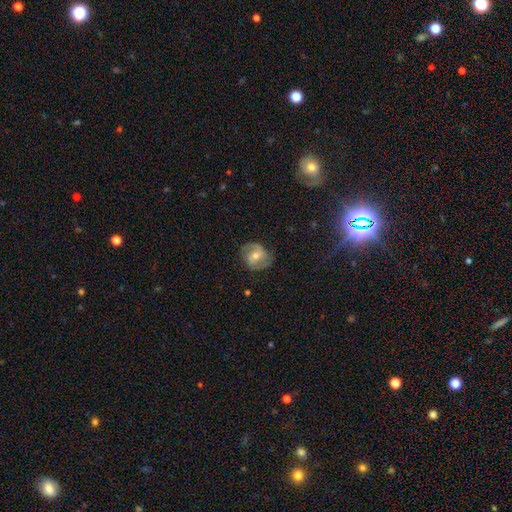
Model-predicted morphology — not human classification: Overall: featured or disk (67%). Edge-on disk: no (97%). Bar: no (47%; weak 39%). Spiral arms: yes (88%). Spiral arm count: 2 (84%). Spiral winding: medium (48%; tight 31%). Bulge size: moderate (60%; small 34%). Merging: none (74%).